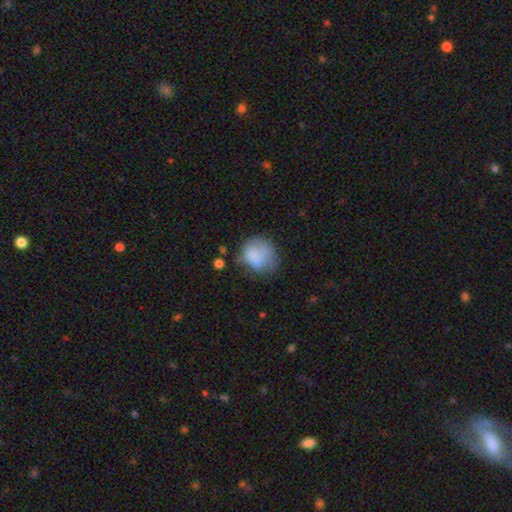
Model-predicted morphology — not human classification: Smooth or featured? Predicted: smooth (p=0.77). How rounded? Predicted: round (p=0.73). Merging? Predicted: none (p=0.44).